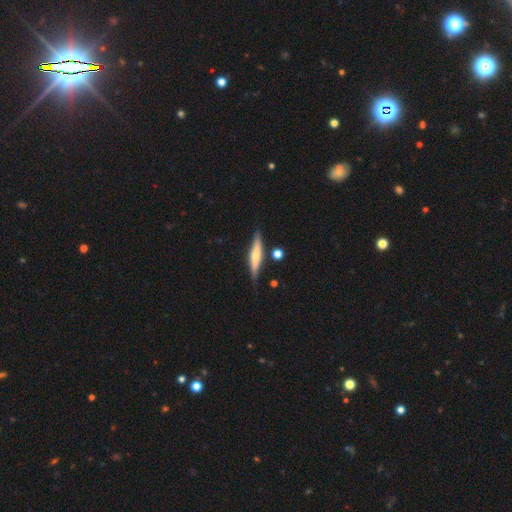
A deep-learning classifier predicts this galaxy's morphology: Smooth or featured? Predicted: featured or disk (p=0.48). Merging? Predicted: none (p=0.78).